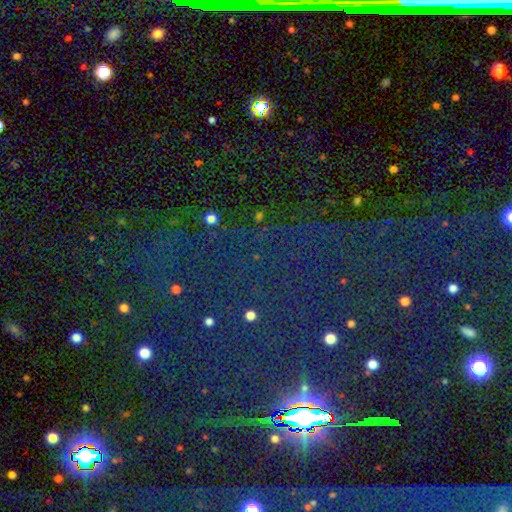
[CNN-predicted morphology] Smooth or featured: star or artifact — 79% (smooth — 12%)